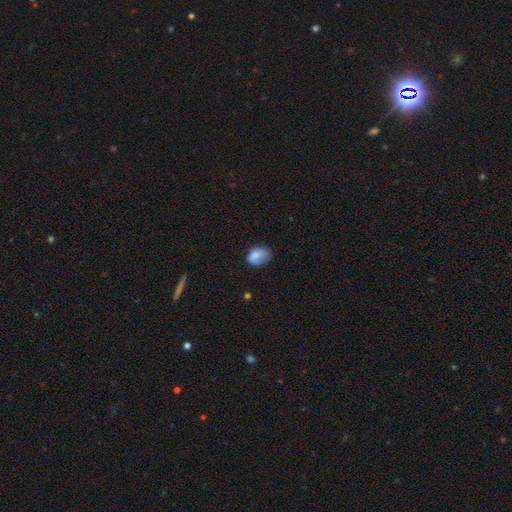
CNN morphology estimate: This is likely a smooth galaxy (79%). How rounded: likely in between (77%). Merging: possibly none (48%).